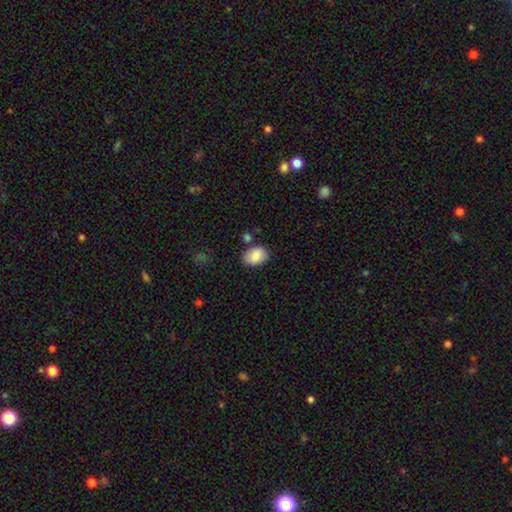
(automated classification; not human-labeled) This is clearly a smooth galaxy (87%). How rounded: likely in between (78%). Merging: likely none (77%).